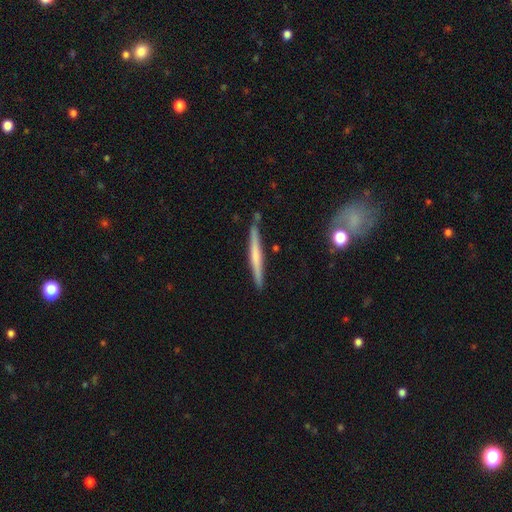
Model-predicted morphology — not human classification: Smooth or featured? featured or disk (52%)
Edge-on disk? yes (97%)
Edge-on bulge? none (63%)
Merging? none (85%)